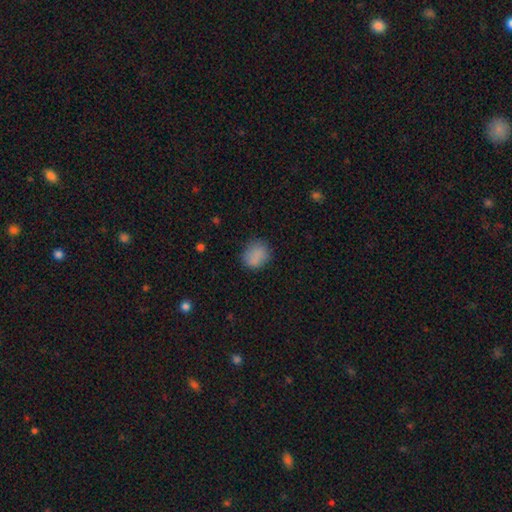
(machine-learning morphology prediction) smooth-or-featured: smooth: 84% | star or artifact: 10% | featured or disk: 6%
  how-rounded: round: 72% | in between: 27% | cigar-shaped: 1%
  merging: none: 77% | minor disturbance: 16% | major disturbance: 5% | merger: 2%